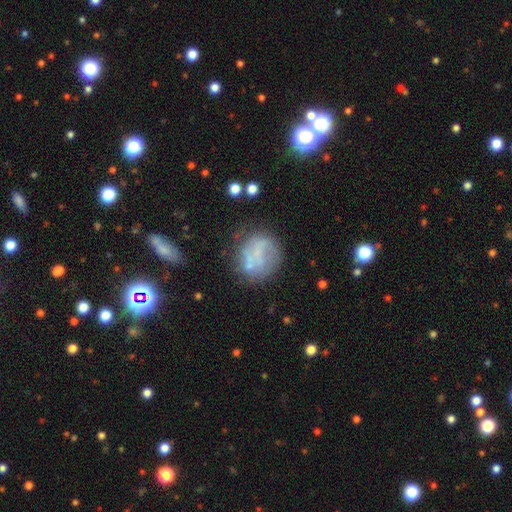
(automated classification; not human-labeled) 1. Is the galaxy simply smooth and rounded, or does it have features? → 47% featured or disk, 41% smooth, 12% star or artifact.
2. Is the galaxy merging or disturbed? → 53% none, 22% minor disturbance, 17% major disturbance, 8% merger.